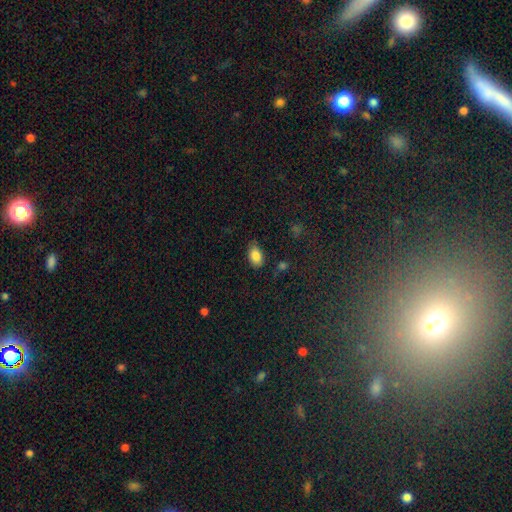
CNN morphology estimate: Smooth or featured: smooth — 85% (star or artifact — 8%)
How rounded: in between — 89% (round — 10%)
Merging: none — 79% (minor disturbance — 16%)